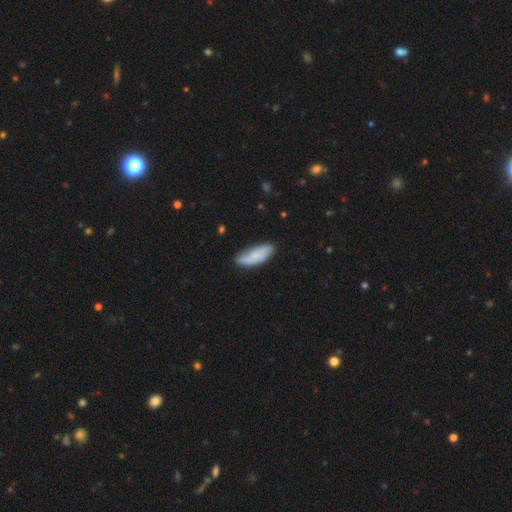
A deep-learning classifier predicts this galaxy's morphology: Q: Smooth or featured?
A: smooth (72%); runner-up: featured or disk (21%)
Q: How rounded?
A: in between (70%); runner-up: cigar-shaped (28%)
Q: Merging?
A: none (73%); runner-up: minor disturbance (21%)